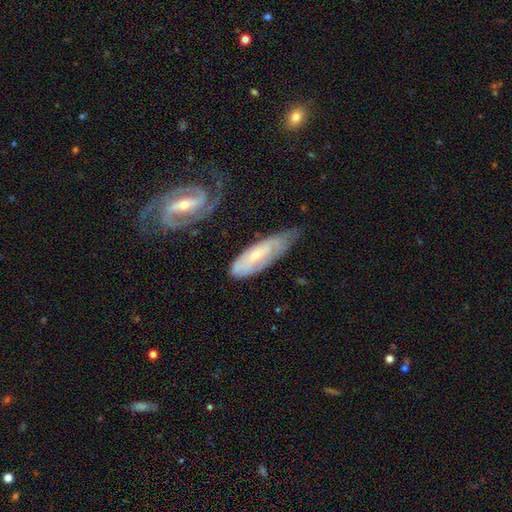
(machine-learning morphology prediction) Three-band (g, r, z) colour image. It shows a featured or disk galaxy (61%). Merging: none (51%).